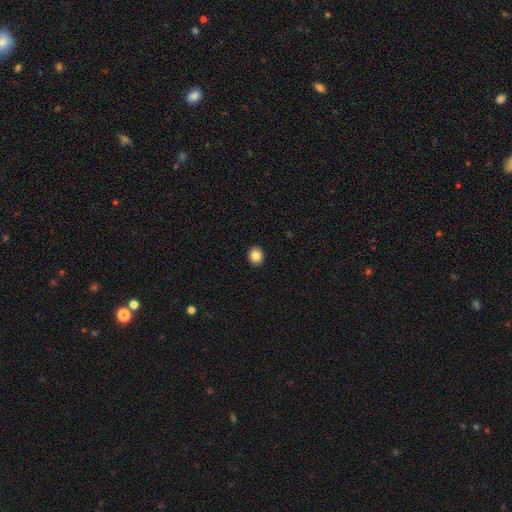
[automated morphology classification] A smooth galaxy with no disk features (85%) that is round (71%).

Vote fractions:
- Smooth or featured? smooth: 85% / star or artifact: 10% / featured or disk: 6%
- How rounded? round: 71% / in between: 28% / cigar-shaped: 1%
- Merging? none: 93% / minor disturbance: 5% / major disturbance: 1% / merger: 1%